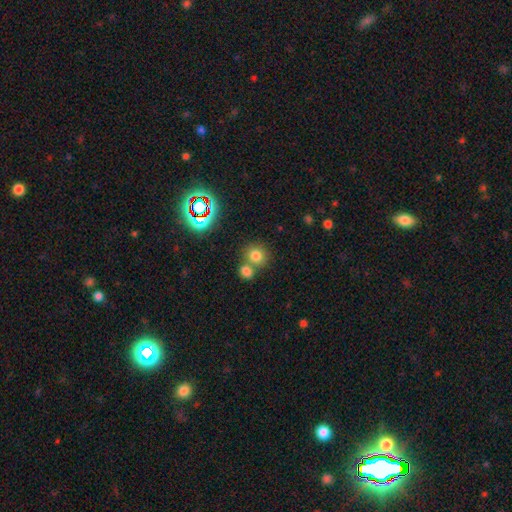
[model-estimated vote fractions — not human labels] Smooth or featured?
  - smooth: 75% *
  - star or artifact: 17%
  - featured or disk: 8%
How rounded?
  - round: 82% *
  - in between: 17%
  - cigar-shaped: 1%
Merging?
  - none: 56% *
  - merger: 33%
  - minor disturbance: 8%
  - major disturbance: 3%